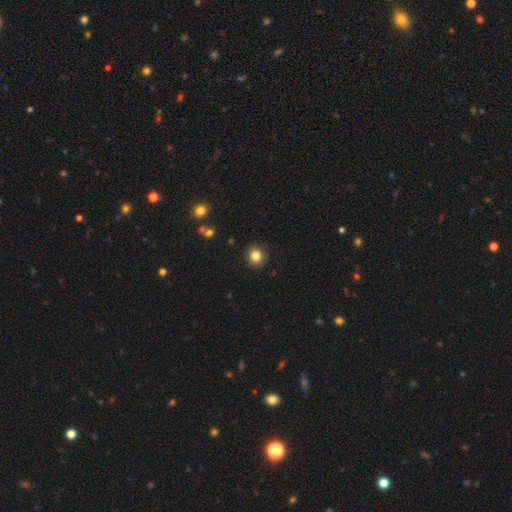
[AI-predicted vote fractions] This appears to be a smooth galaxy with no disk features (83%) that is round (87%). Merging: none (91%).